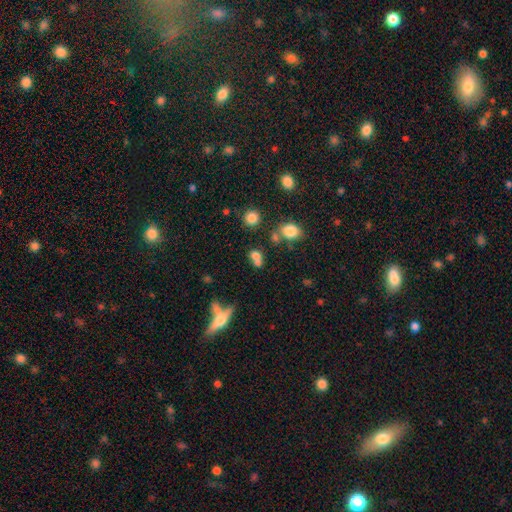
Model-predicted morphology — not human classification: Overall: smooth (71%). How rounded: round (50%; in between 46%). Merging: merger (46%; none 38%).